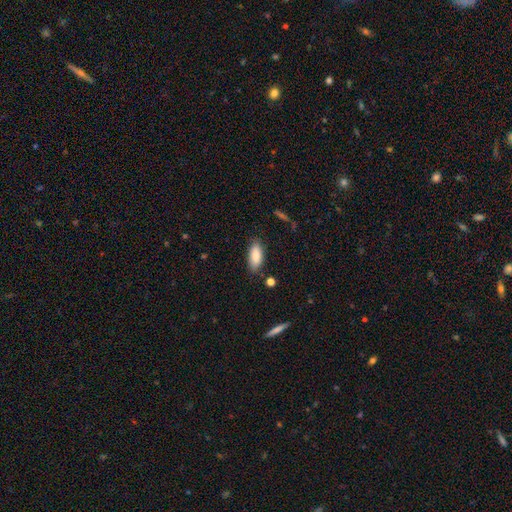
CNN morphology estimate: A smooth galaxy with no disk features (86%) that is in between round and cigar-shaped (83%).

Vote fractions:
- Smooth or featured? smooth: 86% / featured or disk: 7% / star or artifact: 7%
- How rounded? in between: 83% / cigar-shaped: 15% / round: 2%
- Merging? none: 80% / minor disturbance: 14% / major disturbance: 3% / merger: 2%